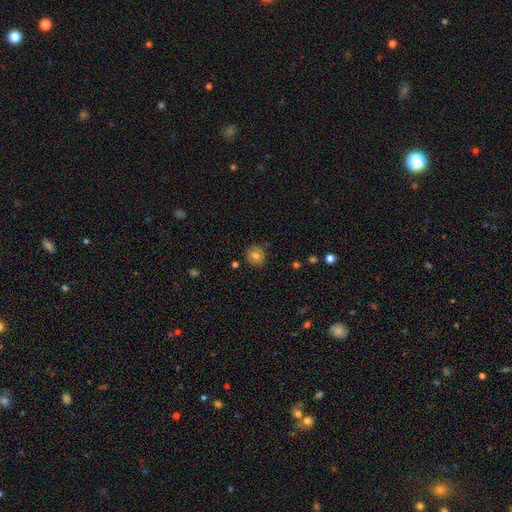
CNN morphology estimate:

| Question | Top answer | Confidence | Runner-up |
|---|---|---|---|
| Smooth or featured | smooth | 77% | featured or disk (12%) |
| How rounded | round | 88% | in between (12%) |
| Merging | none | 82% | minor disturbance (13%) |